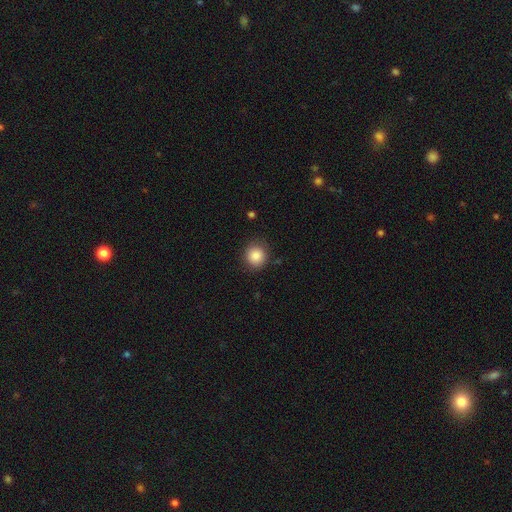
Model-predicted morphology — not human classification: smooth 86%, star or artifact 9%, featured or disk 5%. Down the decision tree: how rounded — round (90%); merging — none (85%).